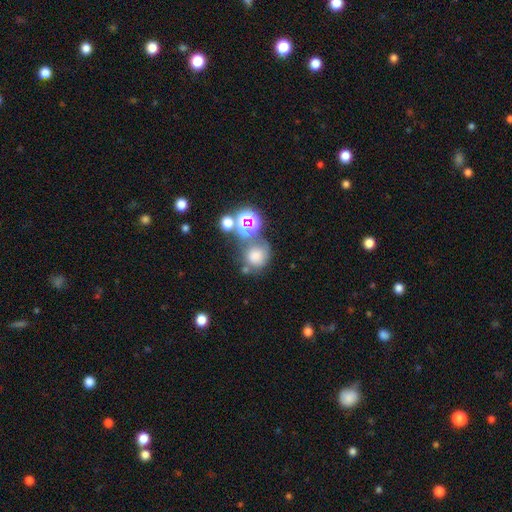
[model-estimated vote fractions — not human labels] Morphology: type=smooth (66%); roundness=round (83%); merging=none (49%).